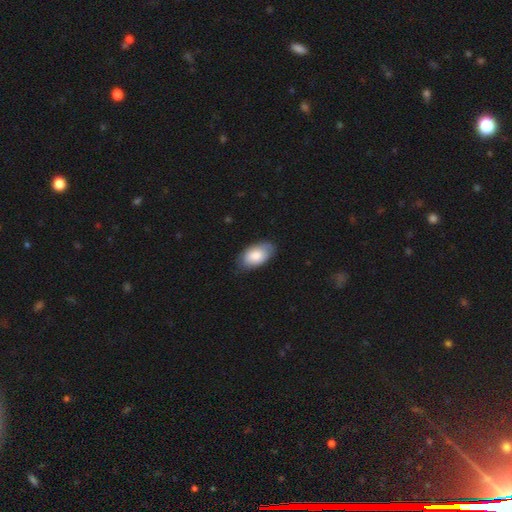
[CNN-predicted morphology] smooth 83%, featured or disk 11%, star or artifact 6%. Down the decision tree: how rounded — in between (94%); merging — none (76%).